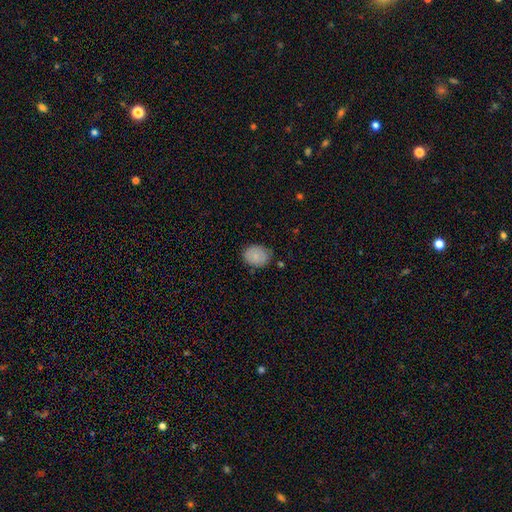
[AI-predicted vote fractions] Smooth or featured?
  - smooth: 83% *
  - featured or disk: 9%
  - star or artifact: 8%
How rounded?
  - in between: 59% *
  - round: 40%
  - cigar-shaped: 1%
Merging?
  - none: 76% *
  - minor disturbance: 18%
  - major disturbance: 3%
  - merger: 2%